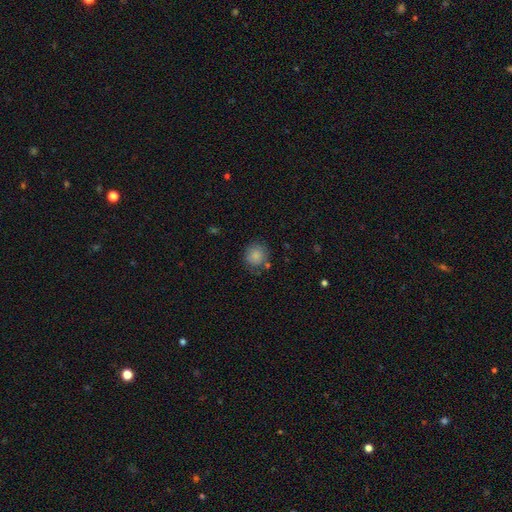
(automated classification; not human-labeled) Smooth or featured? smooth (84%)
How rounded? round (88%)
Merging? none (76%)